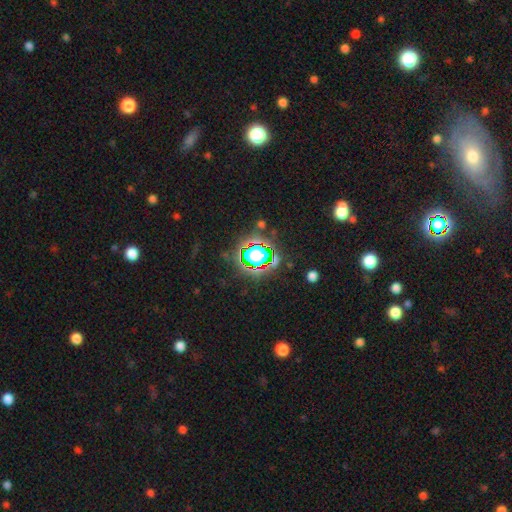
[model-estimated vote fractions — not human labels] A star or artifact, not a galaxy (67%).